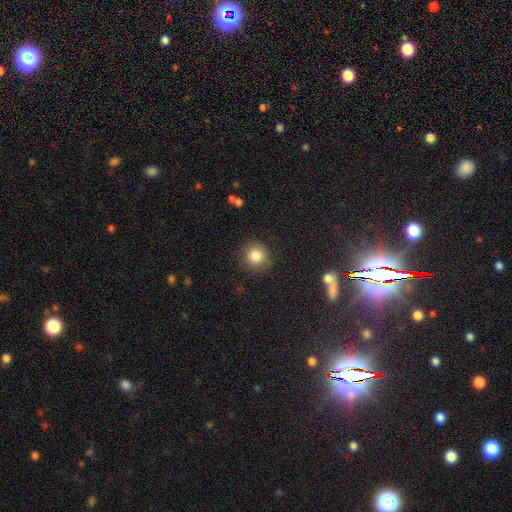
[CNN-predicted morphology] The model was most divided on "smooth or featured": smooth: 84%, star or artifact: 10%, featured or disk: 6%. More confident: how rounded — round (93%); merging — none (84%).